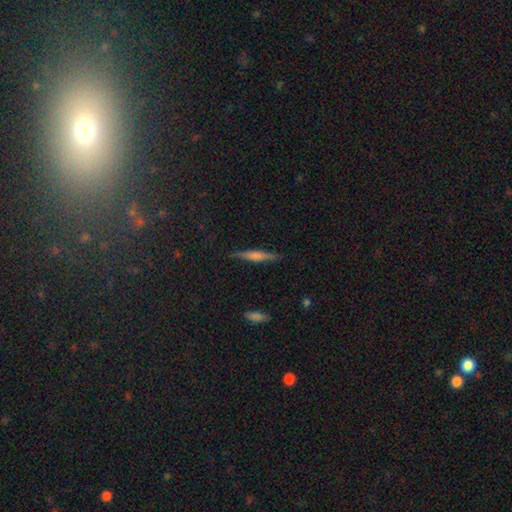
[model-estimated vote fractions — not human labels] A featured or disk galaxy (54%) viewed edge-on (96%) with a rounded central bulge (63%). Merging: none (89%).